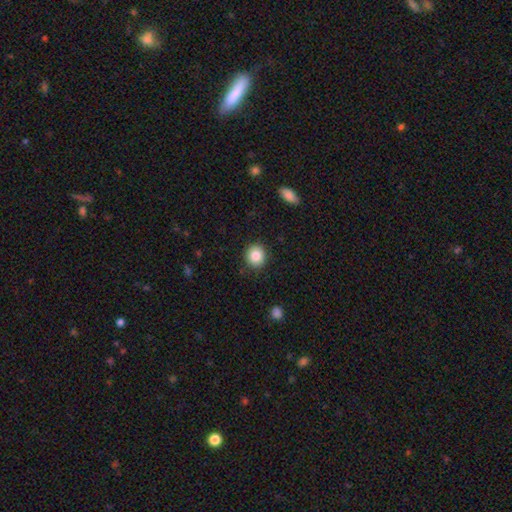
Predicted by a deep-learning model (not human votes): This appears to be a smooth galaxy with no disk features (86%) that is round (86%). Merging: none (89%).